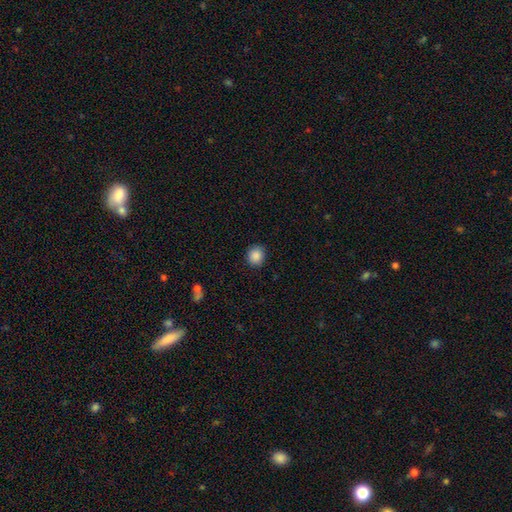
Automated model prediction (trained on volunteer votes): A smooth galaxy with no disk features (88%) that is round (86%).

Vote fractions:
- Smooth or featured? smooth: 88% / star or artifact: 9% / featured or disk: 3%
- How rounded? round: 86% / in between: 13% / cigar-shaped: 1%
- Merging? none: 88% / minor disturbance: 8% / major disturbance: 2% / merger: 1%